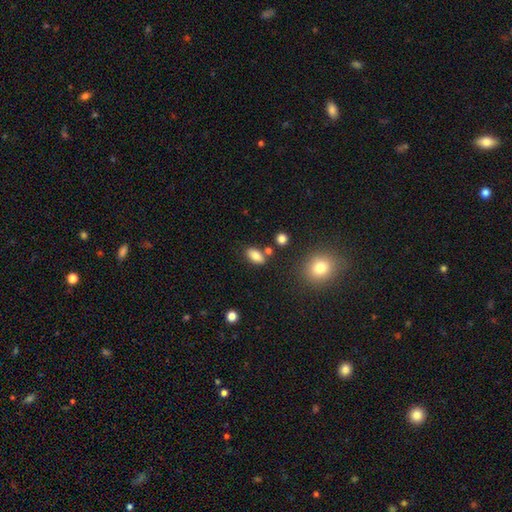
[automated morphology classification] A smooth galaxy with no disk features (83%) that is in between round and cigar-shaped (89%).

Vote fractions:
- Smooth or featured? smooth: 83% / star or artifact: 10% / featured or disk: 7%
- How rounded? in between: 89% / round: 7% / cigar-shaped: 4%
- Merging? none: 77% / minor disturbance: 12% / merger: 8% / major disturbance: 3%